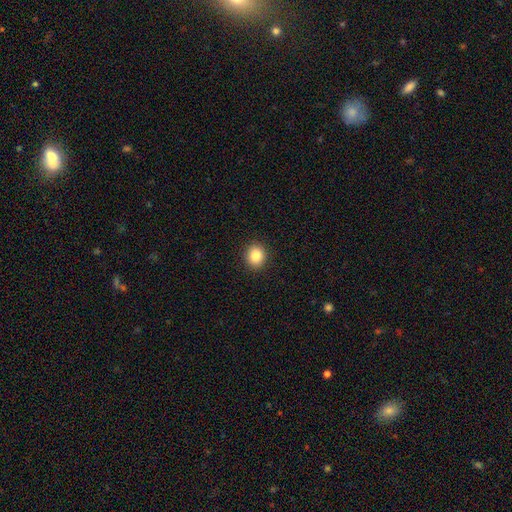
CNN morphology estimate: This appears to be a smooth galaxy with no disk features (85%) that is round (78%). Merging: none (92%).